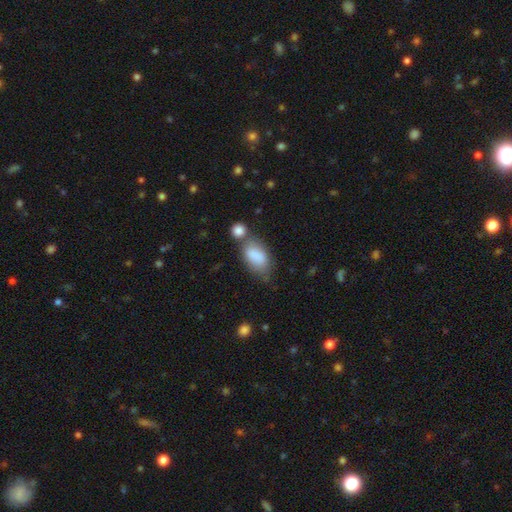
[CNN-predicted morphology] type=smooth (84%); roundness=in between (91%); merging=none (39%).